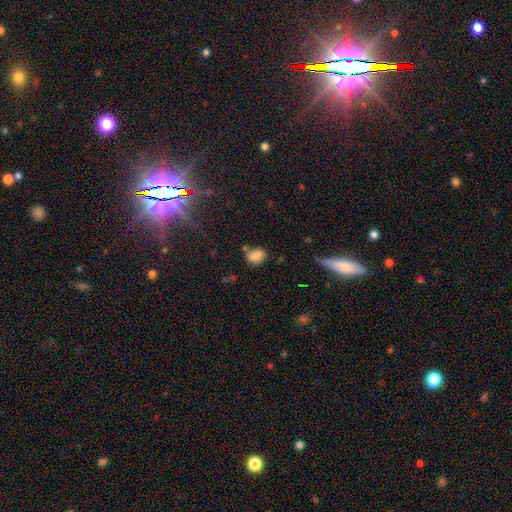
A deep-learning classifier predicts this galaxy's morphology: Q: Smooth or featured?
A: smooth (78%); runner-up: featured or disk (11%)
Q: How rounded?
A: in between (59%); runner-up: round (40%)
Q: Merging?
A: none (60%); runner-up: minor disturbance (22%)